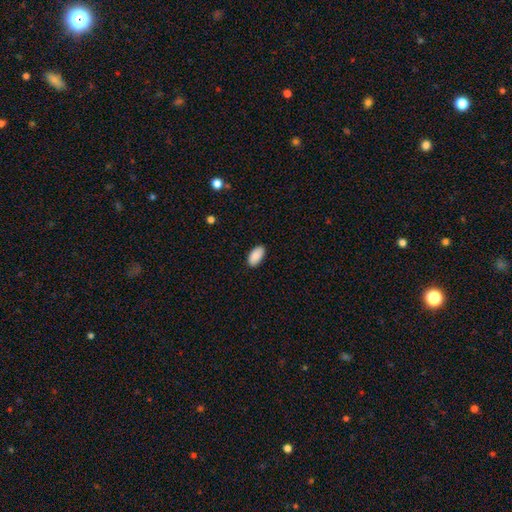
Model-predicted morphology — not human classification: This is clearly a smooth galaxy (90%). How rounded: clearly in between (95%). Merging: clearly none (89%).